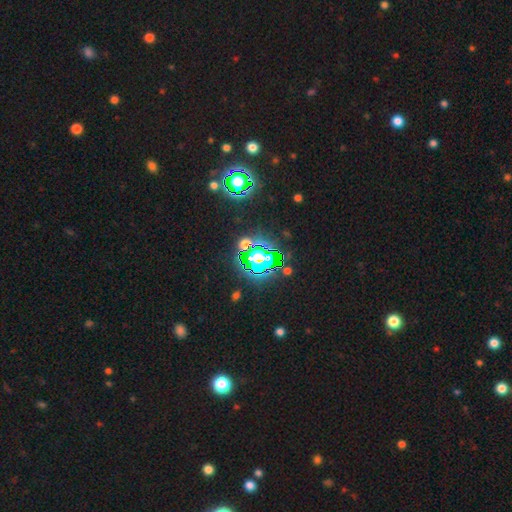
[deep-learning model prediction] Smooth or featured? star or artifact (70%)